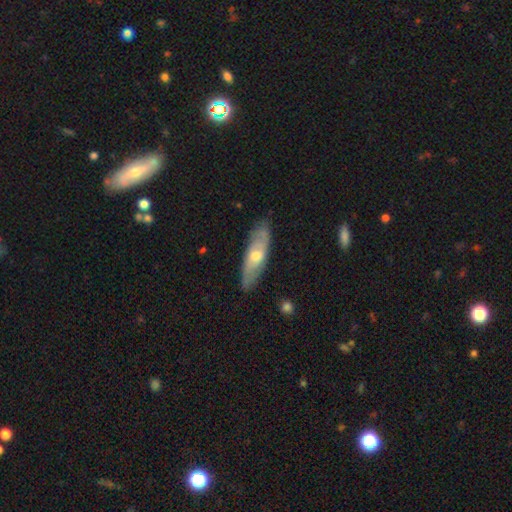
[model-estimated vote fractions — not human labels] smooth-or-featured: featured or disk: 60% | smooth: 33% | star or artifact: 6%
  disk-edge-on: no: 63% | yes: 37%
  merging: none: 83% | minor disturbance: 13% | major disturbance: 3% | merger: 1%